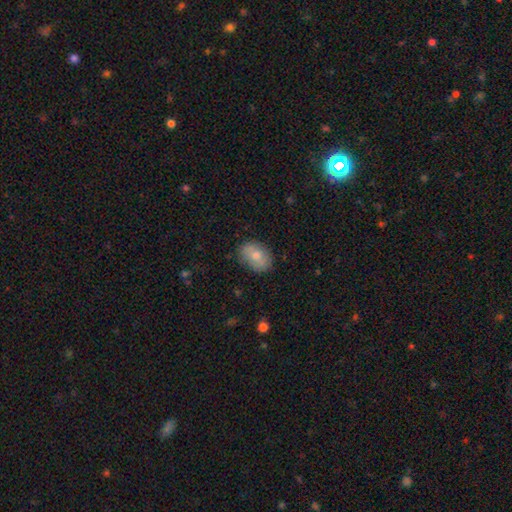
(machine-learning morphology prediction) smooth_or_featured: smooth (p=0.76) [alt: featured or disk p=0.17]
how_rounded: in between (p=0.81) [alt: round p=0.18]
merging: none (p=0.79) [alt: minor disturbance p=0.16]